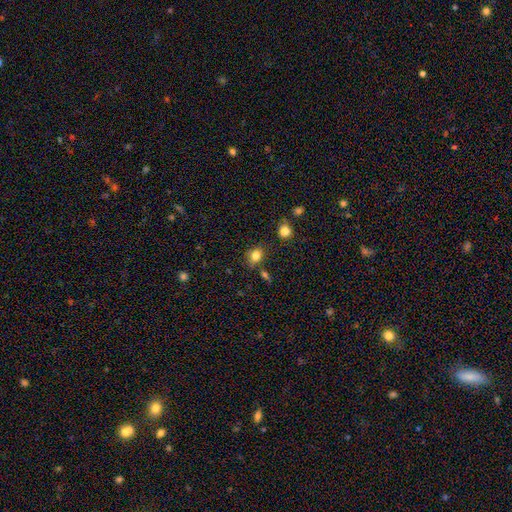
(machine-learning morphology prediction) A smooth galaxy with no disk features (81%) that is in between round and cigar-shaped (56%). Merging: none (69%).